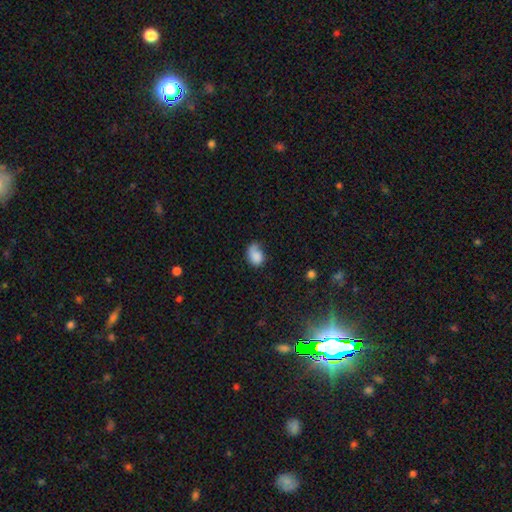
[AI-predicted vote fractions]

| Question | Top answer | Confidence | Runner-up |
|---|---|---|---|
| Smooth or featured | smooth | 81% | featured or disk (11%) |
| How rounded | in between | 71% | round (28%) |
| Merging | none | 40% | minor disturbance (36%) |